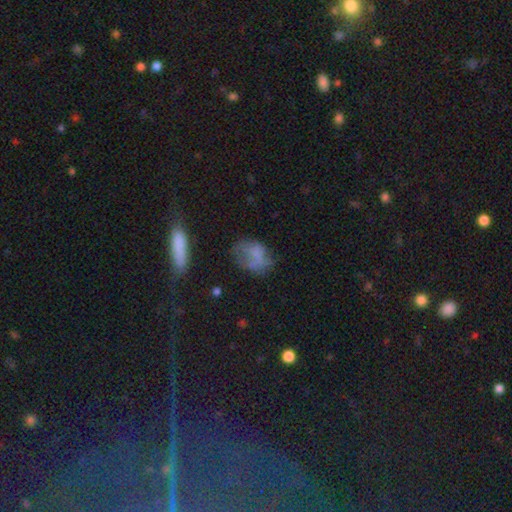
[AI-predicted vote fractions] This is possibly a smooth galaxy (59%). How rounded: likely in between (76%). Merging: marginally none (42%).